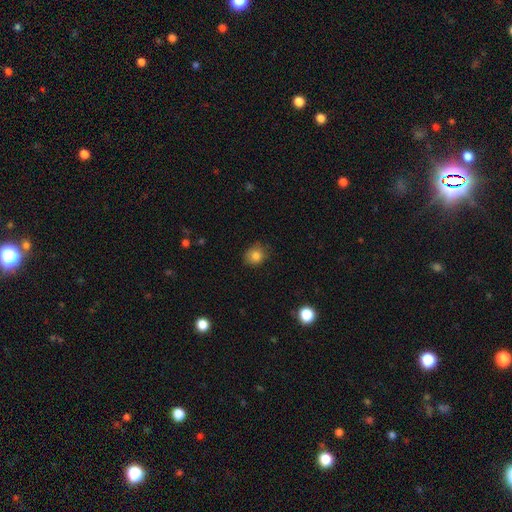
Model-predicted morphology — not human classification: Smooth or featured? smooth (83%)
How rounded? round (70%)
Merging? none (79%)